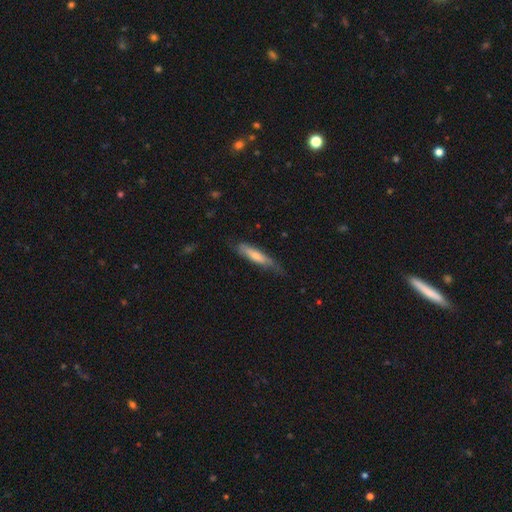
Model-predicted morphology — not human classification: A smooth galaxy with no disk features (63%) that is cigar-shaped (79%).

Vote fractions:
- Smooth or featured? smooth: 63% / featured or disk: 32% / star or artifact: 5%
- How rounded? cigar-shaped: 79% / in between: 20% / round: 1%
- Merging? none: 59% / minor disturbance: 29% / major disturbance: 10% / merger: 2%